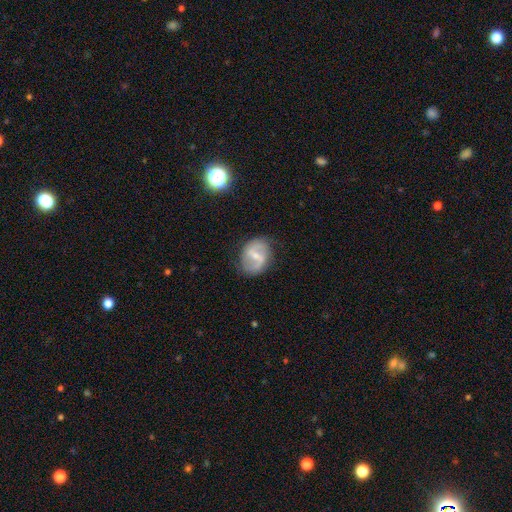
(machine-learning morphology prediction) A featured or disk galaxy (71%) with a weak bar (46%), 2 (85%) medium (42%) spiral arms (78%) and a small central bulge (59%).

Vote fractions:
- Smooth or featured? featured or disk: 71% / smooth: 22% / star or artifact: 7%
- Edge-on disk? no: 96% / yes: 4%
- Bar? weak: 46% / strong: 40% / no: 14%
- Spiral arms? yes: 78% / no: 22%
- Spiral winding? medium: 42% / loose: 41% / tight: 17%
- Spiral arm count? 2: 85% / can't tell: 9% / 1: 3% / 3: 1% / 4: 1% / more than 4: 1%
- Bulge size? small: 59% / moderate: 34% / none: 4% / large: 1% / dominant: 1%
- Merging? none: 76% / minor disturbance: 17% / major disturbance: 6% / merger: 1%